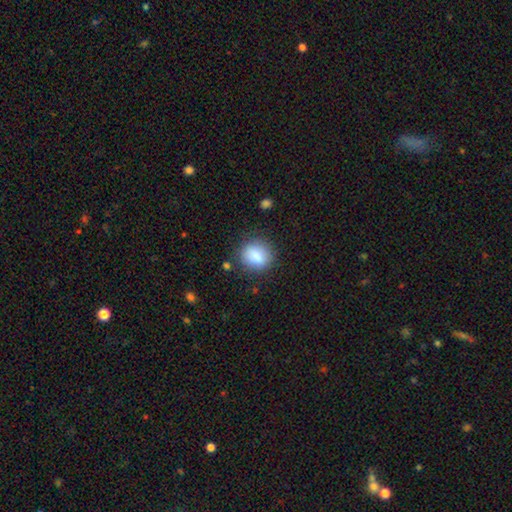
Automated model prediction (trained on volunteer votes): smooth 85%, star or artifact 8%, featured or disk 7%. Down the decision tree: how rounded — round (69%); merging — none (79%).